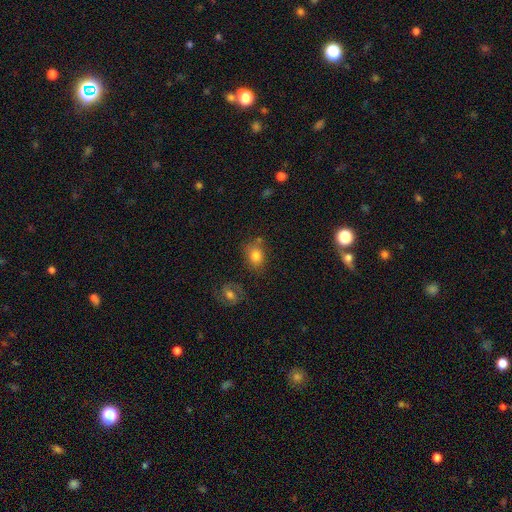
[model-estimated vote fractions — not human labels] This appears to be a smooth galaxy with no disk features (79%) that is in between round and cigar-shaped (56%). Merging: none (70%).